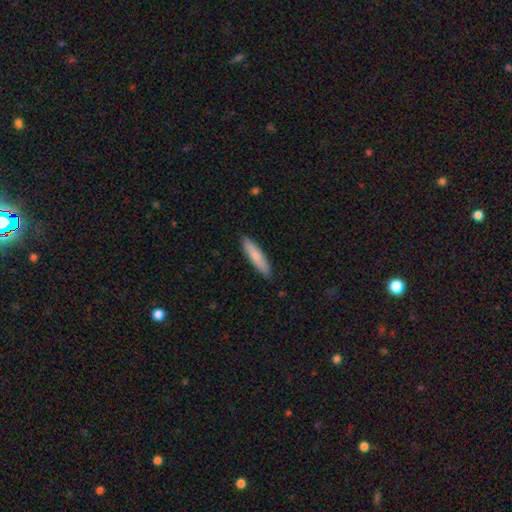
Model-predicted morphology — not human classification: Overall: smooth (80%). How rounded: cigar-shaped (82%). Merging: none (88%).